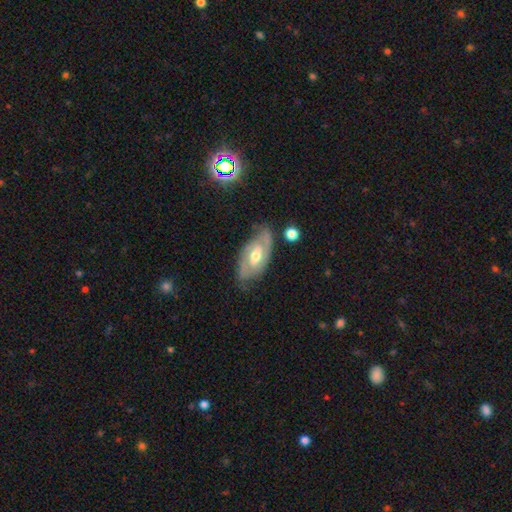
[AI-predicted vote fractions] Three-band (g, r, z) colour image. It shows a featured or disk galaxy (76%) with a weak bar (51%), 2 (74%) tight (43%) spiral arms (85%) and a moderate central bulge (70%). Merging: none (70%).